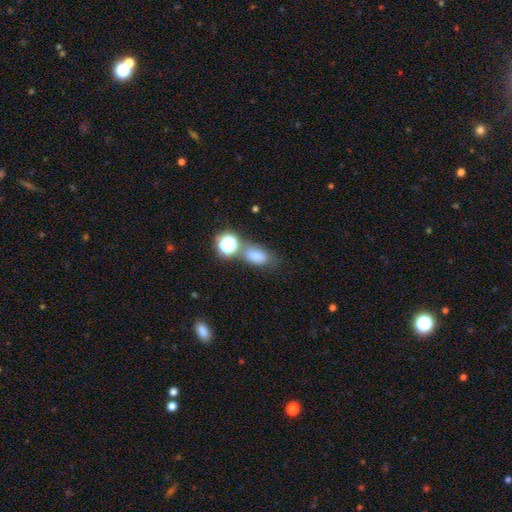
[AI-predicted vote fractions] smooth 77%, star or artifact 15%, featured or disk 8%. Down the decision tree: how rounded — in between (77%); merging — none (58%).